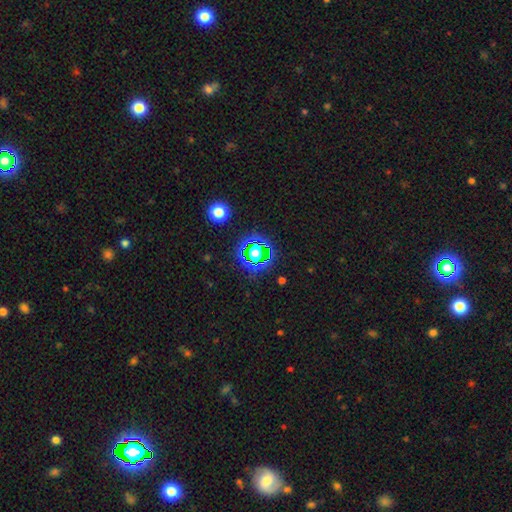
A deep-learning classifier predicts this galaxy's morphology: smooth-or-featured: star or artifact: 74% | smooth: 18% | featured or disk: 8%